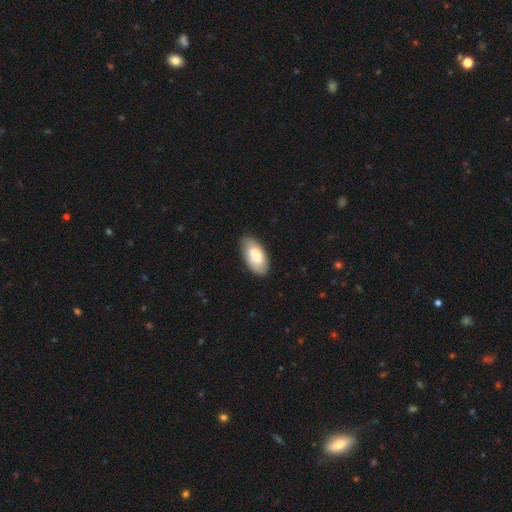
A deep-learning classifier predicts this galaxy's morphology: type=smooth (64%); roundness=in between (94%); merging=none (72%).